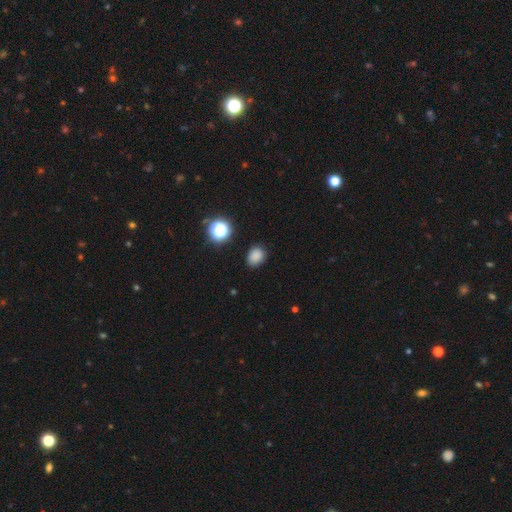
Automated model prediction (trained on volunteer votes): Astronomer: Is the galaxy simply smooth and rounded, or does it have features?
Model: smooth — 81%.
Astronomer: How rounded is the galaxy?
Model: in between — 54% (runner-up: round, 45%).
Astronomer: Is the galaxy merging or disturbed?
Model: none — 83%.